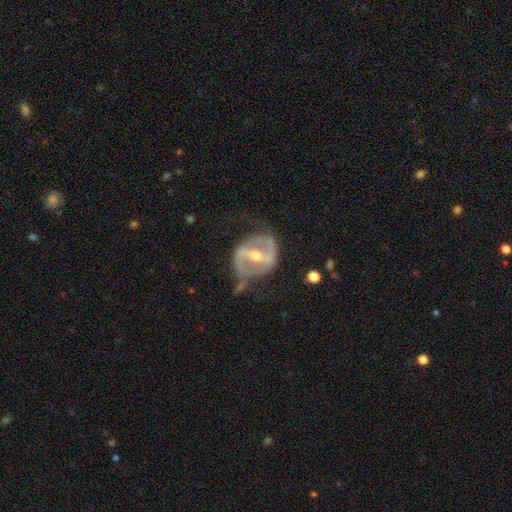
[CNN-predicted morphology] The model was most divided on "spiral winding": medium: 44%, loose: 31%, tight: 25%. More confident: edge-on disk — no (95%); smooth or featured — featured or disk (85%); spiral arm count — 2 (82%); spiral arms — yes (75%); bar — strong (65%); bulge size — moderate (60%); merging — none (54%).